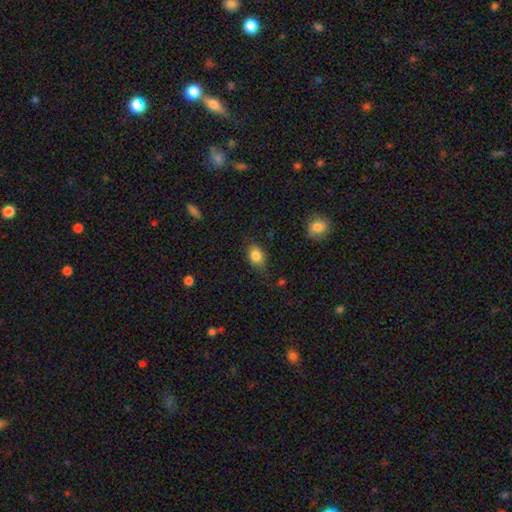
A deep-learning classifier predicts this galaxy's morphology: A smooth galaxy with no disk features (84%) that is in between round and cigar-shaped (69%).

Vote fractions:
- Smooth or featured? smooth: 84% / star or artifact: 9% / featured or disk: 8%
- How rounded? in between: 69% / round: 29% / cigar-shaped: 2%
- Merging? none: 71% / minor disturbance: 22% / major disturbance: 5% / merger: 2%